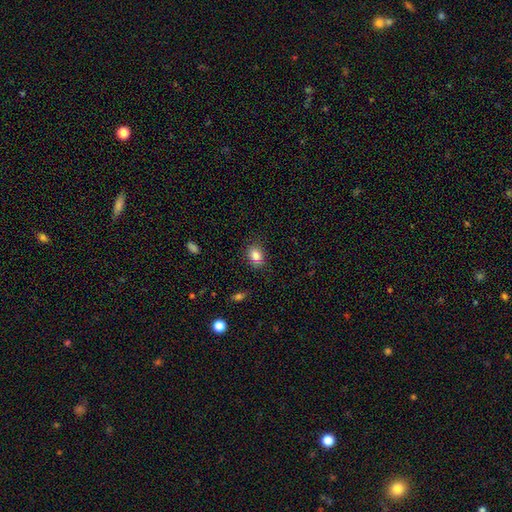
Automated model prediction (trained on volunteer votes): smooth_or_featured: smooth (p=0.84) [alt: star or artifact p=0.10]
how_rounded: in between (p=0.68) [alt: round p=0.31]
merging: none (p=0.82) [alt: minor disturbance p=0.13]